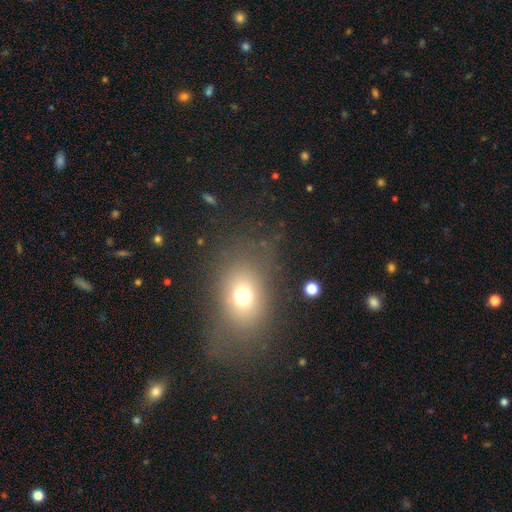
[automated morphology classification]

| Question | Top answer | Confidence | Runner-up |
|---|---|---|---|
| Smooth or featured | smooth | 65% | star or artifact (22%) |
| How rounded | in between | 67% | round (31%) |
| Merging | none | 78% | minor disturbance (13%) |